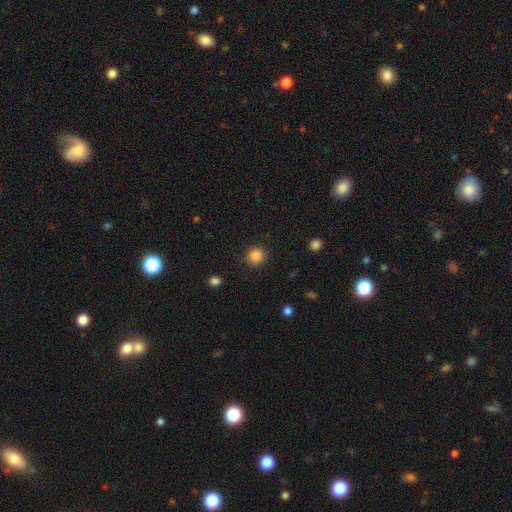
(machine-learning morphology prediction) A smooth galaxy with no disk features (86%) that is round (93%). Merging: none (91%).